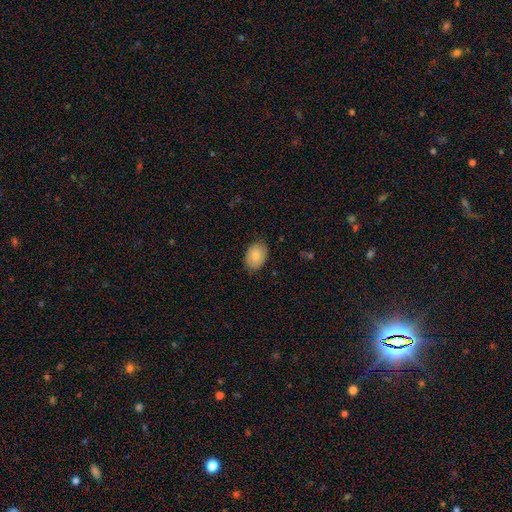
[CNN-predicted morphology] A smooth galaxy with no disk features (81%) that is in between round and cigar-shaped (82%). Merging: none (82%).